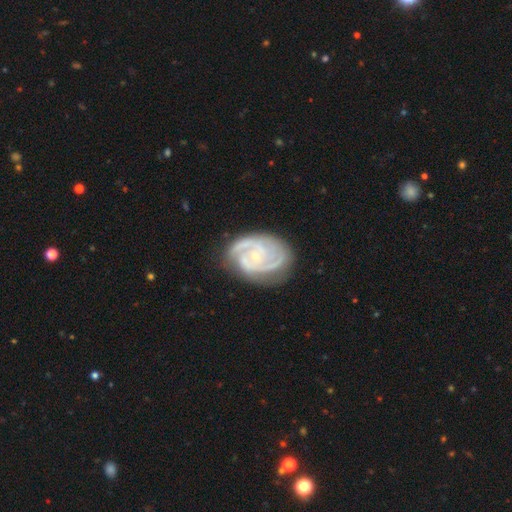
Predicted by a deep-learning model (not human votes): A featured or disk galaxy (90%) with no bar (66%), 3 (39%) tight (61%) spiral arms (98%) and a small central bulge (77%).

Vote fractions:
- Smooth or featured? featured or disk: 90% / smooth: 5% / star or artifact: 5%
- Edge-on disk? no: 98% / yes: 2%
- Bar? no: 66% / weak: 27% / strong: 7%
- Spiral arms? yes: 98% / no: 2%
- Spiral winding? tight: 61% / medium: 34% / loose: 5%
- Spiral arm count? 3: 39% / 2: 36% / can't tell: 10% / 4: 7% / 1: 4% / more than 4: 4%
- Bulge size? small: 77% / moderate: 18% / none: 3% / large: 1% / dominant: 1%
- Merging? none: 74% / minor disturbance: 18% / major disturbance: 6% / merger: 1%